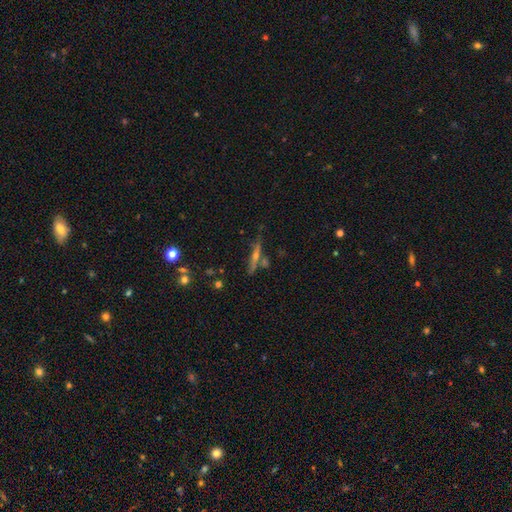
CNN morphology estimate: The model was most divided on "smooth or featured": featured or disk: 66%, smooth: 23%, star or artifact: 11%. More confident: edge-on disk — yes (94%); edge-on bulge — rounded (79%); merging — none (74%).